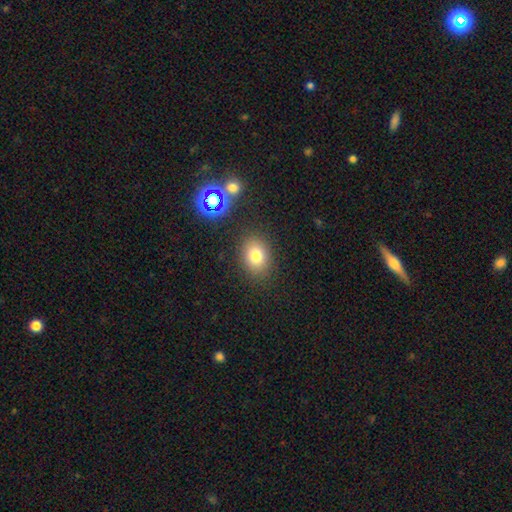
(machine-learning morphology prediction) type=smooth (77%); roundness=in between (54%); merging=none (85%).